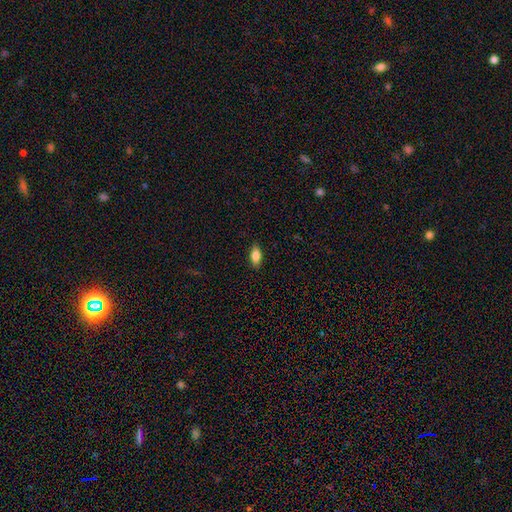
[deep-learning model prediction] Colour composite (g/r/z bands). It shows a smooth galaxy with no disk features (81%) that is in between round and cigar-shaped (84%). Merging: none (87%).